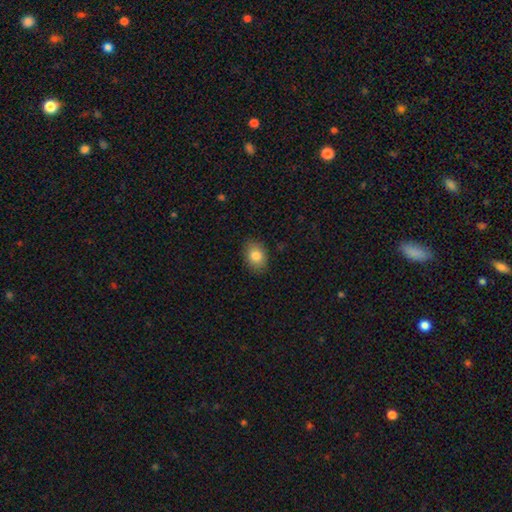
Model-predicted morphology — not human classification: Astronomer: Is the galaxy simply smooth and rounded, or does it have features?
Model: smooth — 83%.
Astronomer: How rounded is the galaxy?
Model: in between — 71%.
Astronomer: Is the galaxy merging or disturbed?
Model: none — 87%.